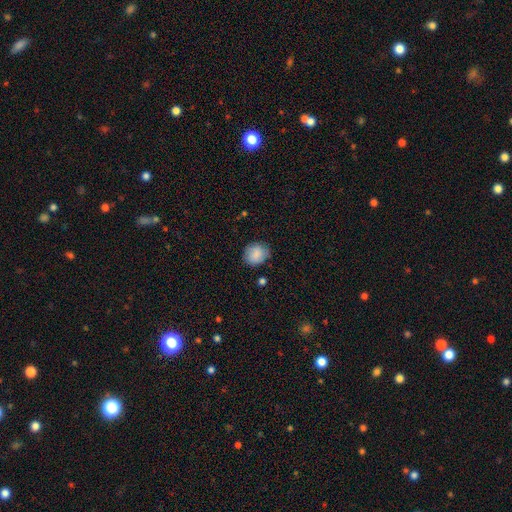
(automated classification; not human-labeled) The model was most divided on "how rounded": round: 69%, in between: 30%, cigar-shaped: 1%. More confident: smooth or featured — smooth (85%); merging — none (78%).